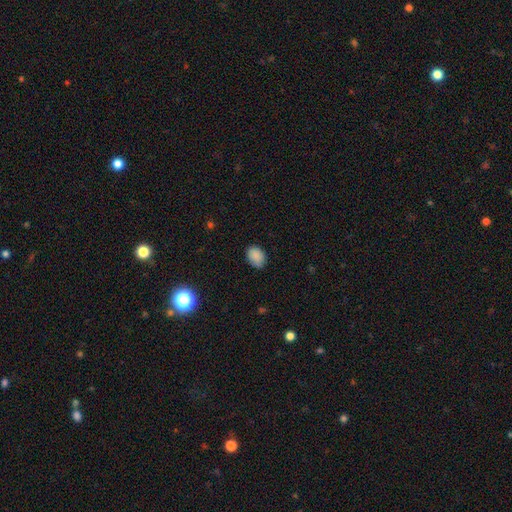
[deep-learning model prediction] Smooth or featured? Predicted: smooth (p=0.88). How rounded? Predicted: in between (p=0.71). Merging? Predicted: none (p=0.79).